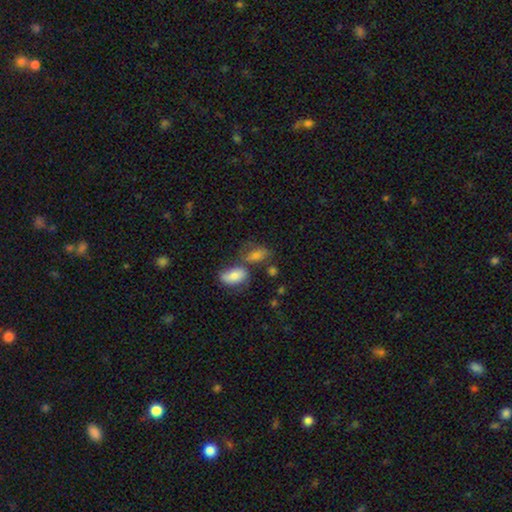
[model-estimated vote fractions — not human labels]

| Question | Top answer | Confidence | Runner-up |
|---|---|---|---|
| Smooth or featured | smooth | 67% | featured or disk (17%) |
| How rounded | in between | 79% | round (14%) |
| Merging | none | 44% | merger (31%) |